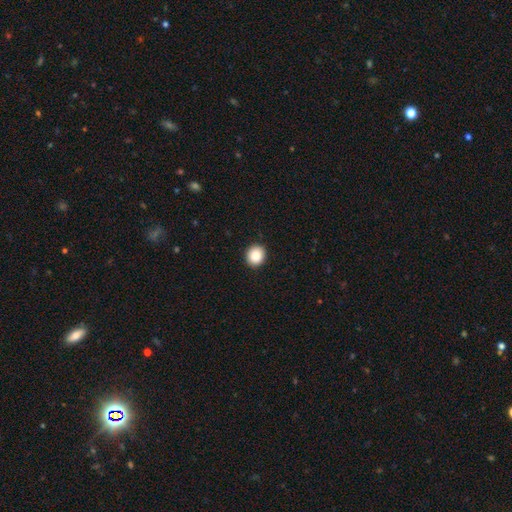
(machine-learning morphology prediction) The model was most divided on "how rounded": round: 84%, in between: 15%, cigar-shaped: 1%. More confident: merging — none (92%); smooth or featured — smooth (88%).